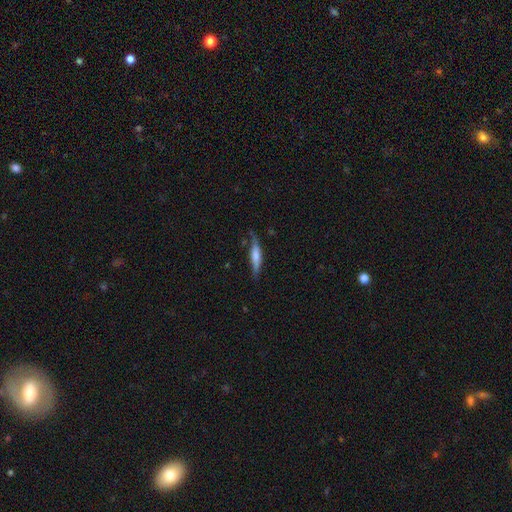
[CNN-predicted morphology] Smooth or featured?
  - smooth: 53% *
  - featured or disk: 41%
  - star or artifact: 6%
How rounded?
  - cigar-shaped: 84% *
  - in between: 15%
  - round: 2%
Merging?
  - none: 73% *
  - minor disturbance: 20%
  - major disturbance: 4%
  - merger: 2%